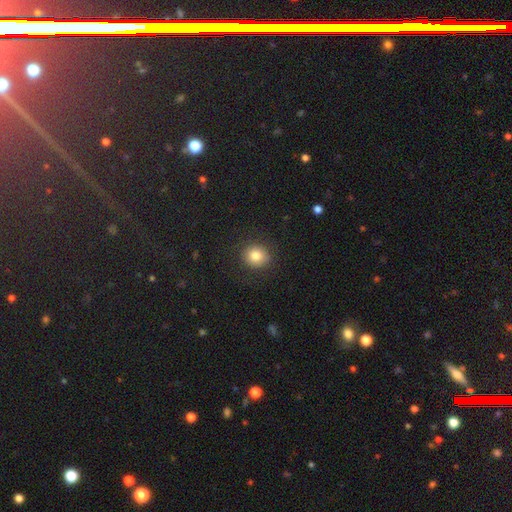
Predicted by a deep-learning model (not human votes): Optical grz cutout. It shows a smooth galaxy with no disk features (82%) that is round (86%). Merging: none (87%).